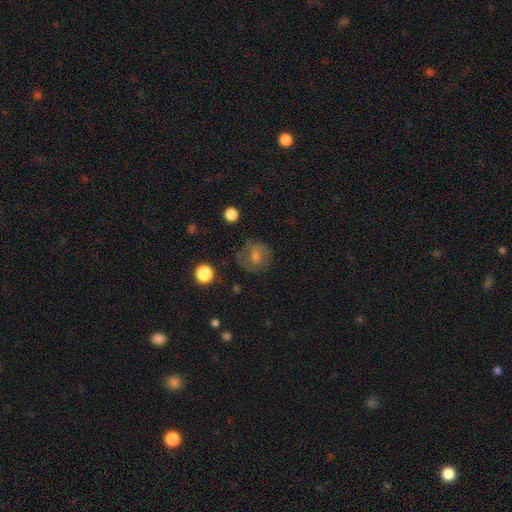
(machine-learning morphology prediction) smooth_or_featured: featured or disk (p=0.46) [alt: smooth p=0.40]
merging: none (p=0.74) [alt: minor disturbance p=0.16]